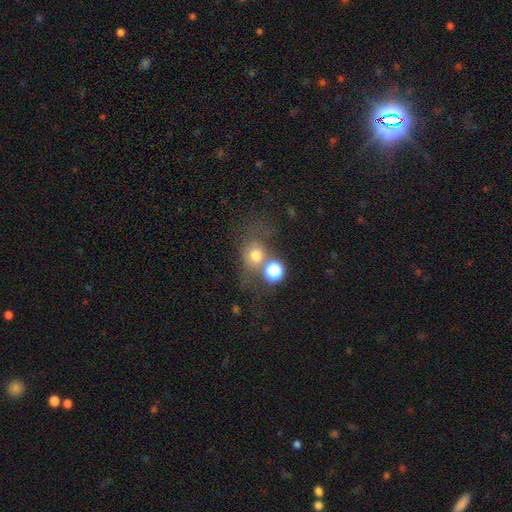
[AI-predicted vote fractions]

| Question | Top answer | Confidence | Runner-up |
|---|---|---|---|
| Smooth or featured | smooth | 68% | star or artifact (19%) |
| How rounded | round | 73% | in between (26%) |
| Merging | none | 48% | merger (24%) |